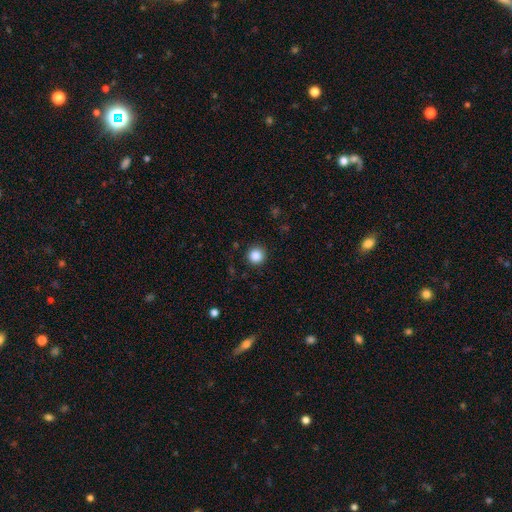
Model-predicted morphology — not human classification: type=smooth (86%); roundness=round (95%); merging=none (91%).